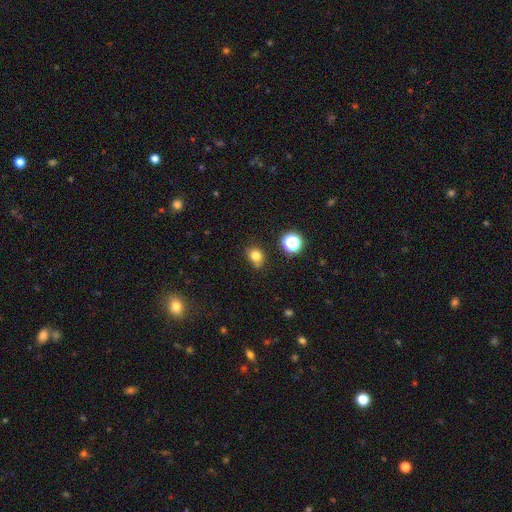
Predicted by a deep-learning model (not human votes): This is likely a smooth galaxy (79%). How rounded: possibly round (50%). Merging: likely none (70%).